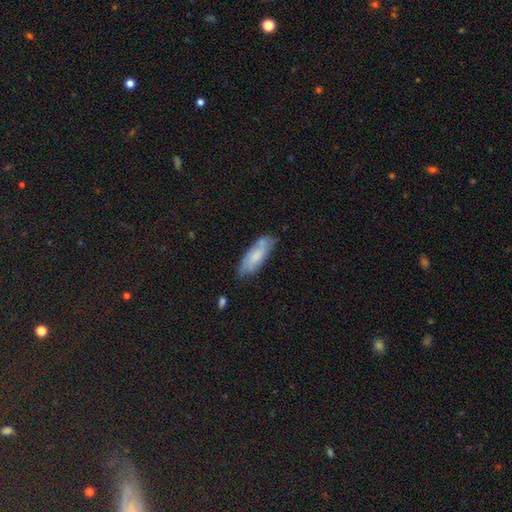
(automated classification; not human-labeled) This is likely a smooth galaxy (63%). How rounded: possibly in between (58%). Merging: likely none (63%).